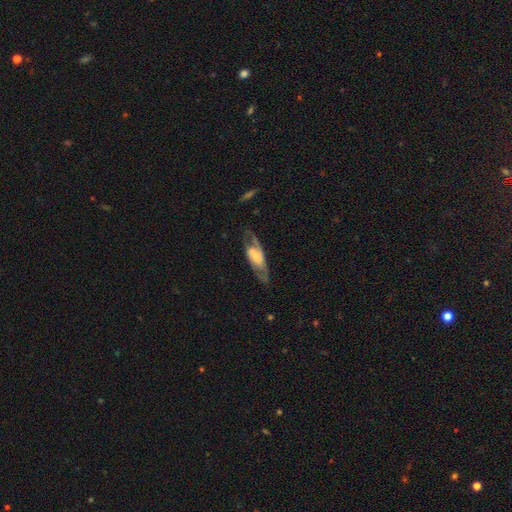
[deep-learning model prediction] featured or disk 61%, smooth 32%, star or artifact 7%. Down the decision tree: edge-on disk — no (80%); merging — none (55%).